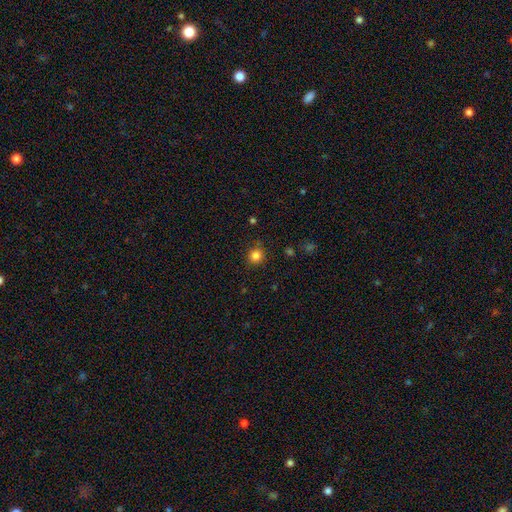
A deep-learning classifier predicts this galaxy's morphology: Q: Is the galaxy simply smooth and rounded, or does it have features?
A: smooth — 83%.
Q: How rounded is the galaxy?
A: round — 90%.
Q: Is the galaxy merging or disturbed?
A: none — 86%.